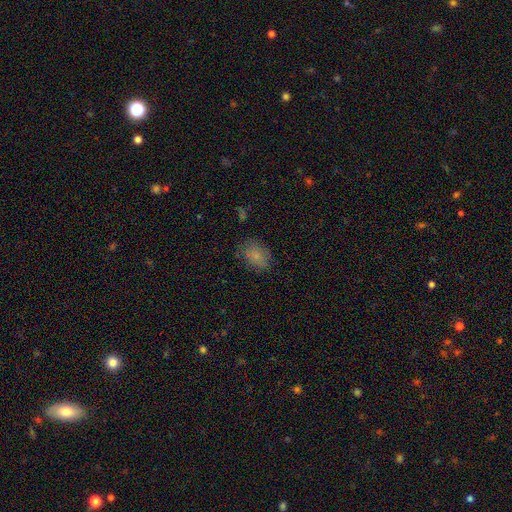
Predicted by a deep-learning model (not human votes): Smooth or featured?
  - smooth: 79% *
  - star or artifact: 11%
  - featured or disk: 10%
How rounded?
  - in between: 74% *
  - round: 25%
  - cigar-shaped: 1%
Merging?
  - none: 75% *
  - minor disturbance: 19%
  - major disturbance: 5%
  - merger: 2%